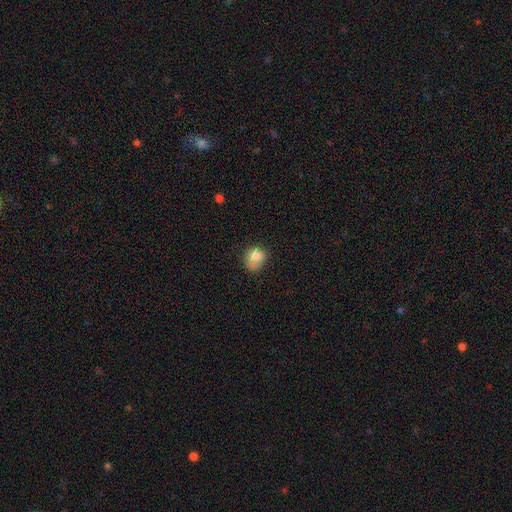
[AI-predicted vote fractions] smooth_or_featured: smooth (p=0.79) [alt: featured or disk p=0.11]
how_rounded: round (p=0.66) [alt: in between p=0.33]
merging: none (p=0.46) [alt: minor disturbance p=0.32]